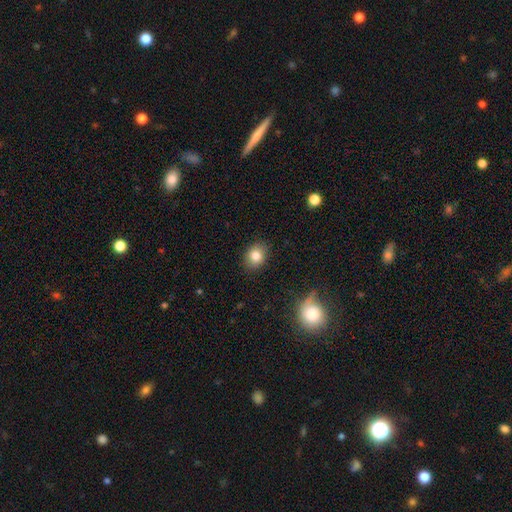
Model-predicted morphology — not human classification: The model was most divided on "how rounded": in between: 50%, round: 49%, cigar-shaped: 1%. More confident: merging — none (87%); smooth or featured — smooth (82%).